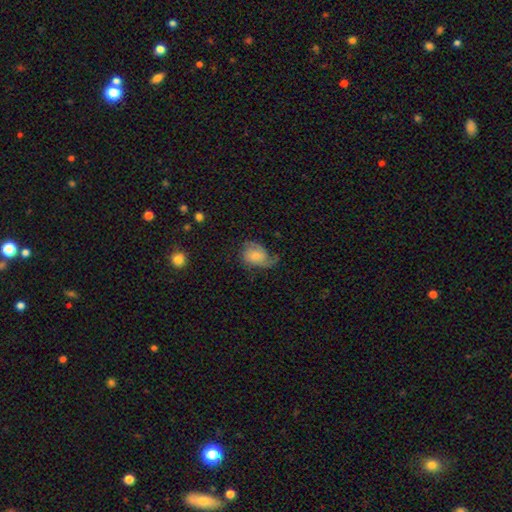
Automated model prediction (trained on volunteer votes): Morphology: type=featured or disk (48%); merging=none (37%).